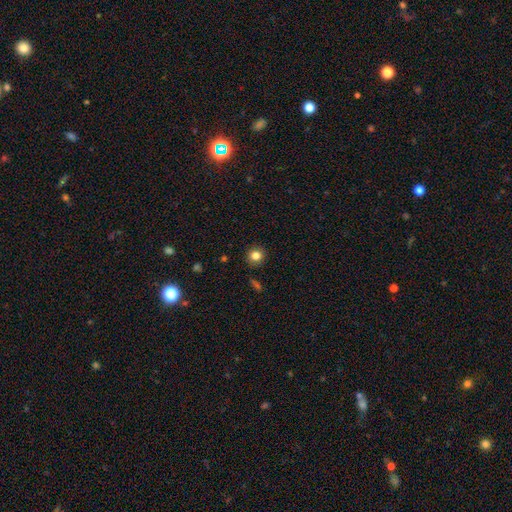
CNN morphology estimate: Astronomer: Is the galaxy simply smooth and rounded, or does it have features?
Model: smooth — 81%.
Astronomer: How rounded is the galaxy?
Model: round — 89%.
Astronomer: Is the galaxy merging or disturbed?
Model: none — 90%.